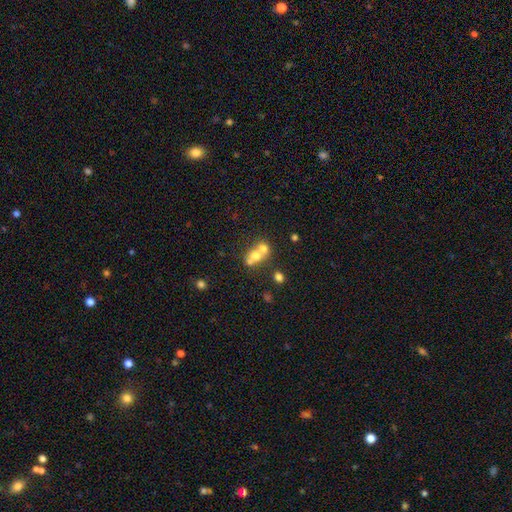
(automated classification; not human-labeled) Overall: smooth (63%; featured or disk 24%). How rounded: round (68%; in between 31%). Merging: merger (63%; none 27%).